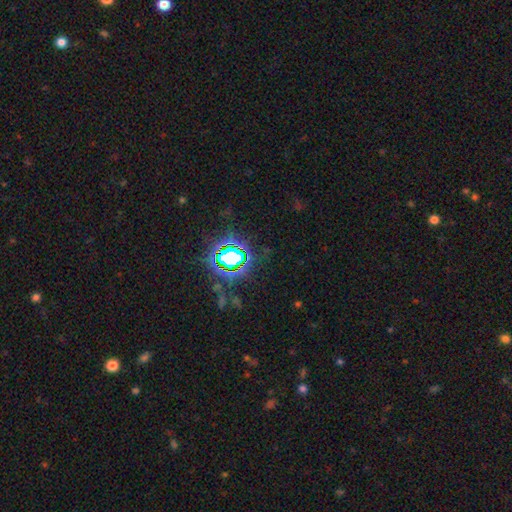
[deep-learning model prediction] Smooth or featured: star or artifact — 82% (smooth — 12%)